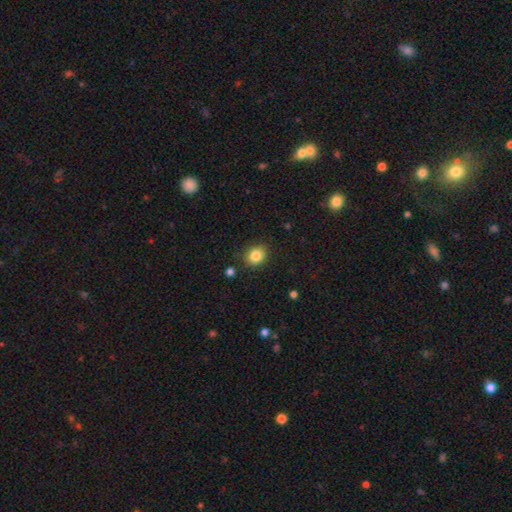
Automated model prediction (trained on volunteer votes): Smooth or featured: smooth — 85% (star or artifact — 10%)
How rounded: round — 61% (in between — 38%)
Merging: none — 85% (minor disturbance — 10%)